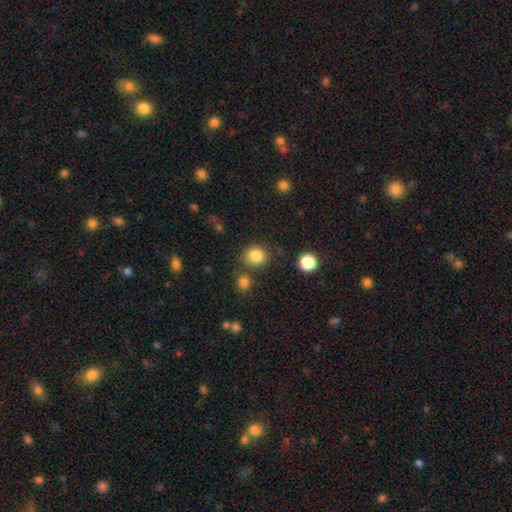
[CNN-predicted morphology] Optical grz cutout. It shows a smooth galaxy with no disk features (84%) that is round (71%). Merging: none (73%).